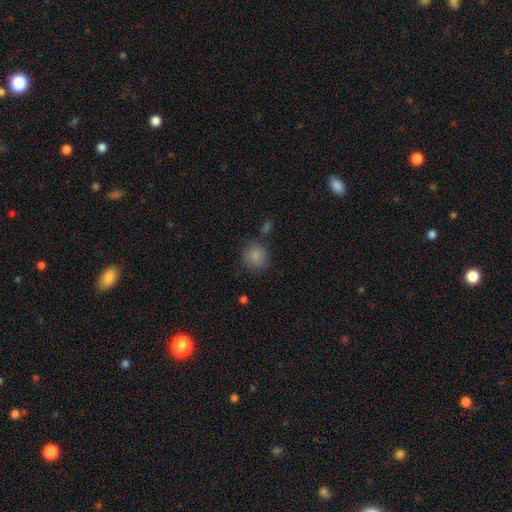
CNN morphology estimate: Smooth or featured? smooth (85%)
How rounded? round (84%)
Merging? none (76%)